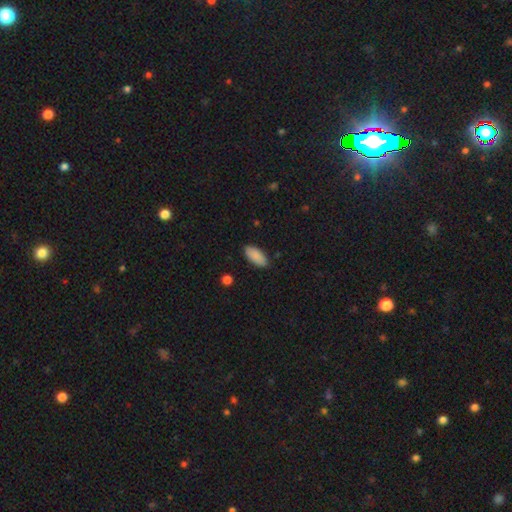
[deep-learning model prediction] smooth-or-featured: smooth: 87% | star or artifact: 6% | featured or disk: 6%
  how-rounded: in between: 90% | cigar-shaped: 8% | round: 2%
  merging: none: 87% | minor disturbance: 10% | major disturbance: 2% | merger: 1%